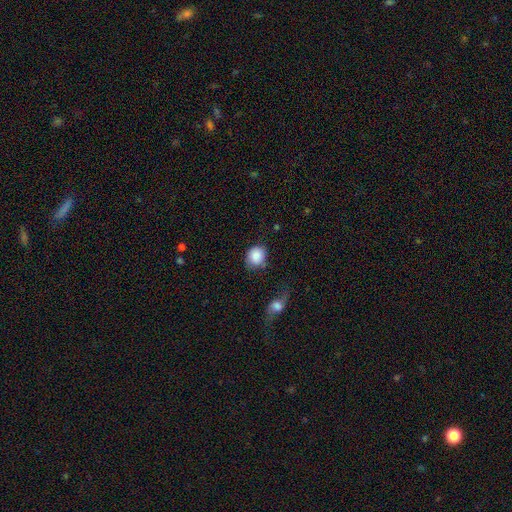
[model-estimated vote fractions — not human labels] Smooth or featured? smooth (87%)
How rounded? round (73%)
Merging? none (63%)